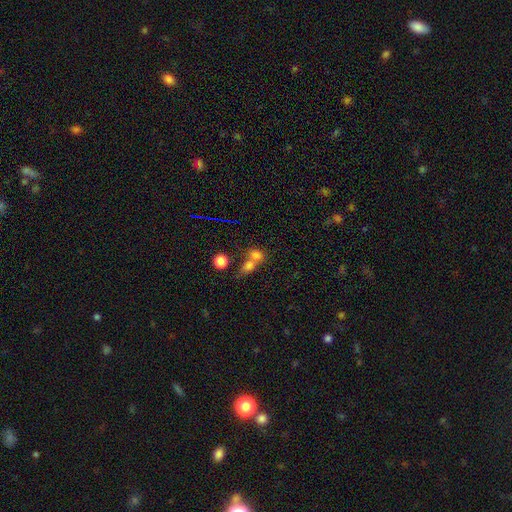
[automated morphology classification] smooth 74%, star or artifact 13%, featured or disk 13%. Down the decision tree: how rounded — in between (60%); merging — merger (61%).